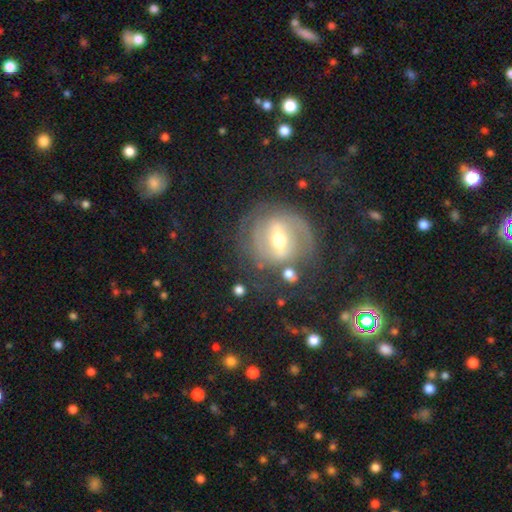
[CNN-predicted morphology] Smooth or featured? featured or disk (63%)
Edge-on disk? no (91%)
Bar? strong (42%)
Spiral arms? yes (62%)
Bulge size? moderate (61%)
Merging? none (69%)